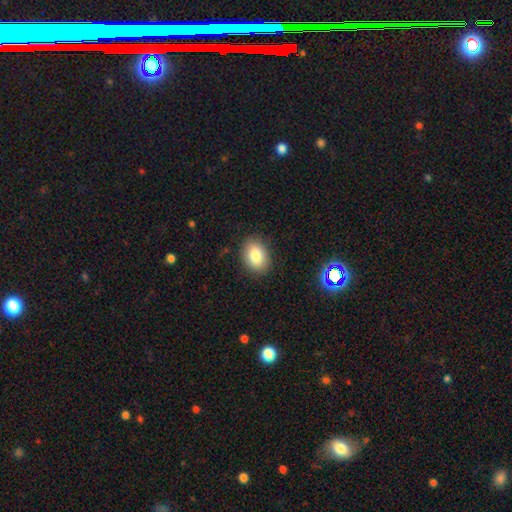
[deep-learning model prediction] A smooth galaxy with no disk features (83%) that is in between round and cigar-shaped (76%). Merging: none (86%).